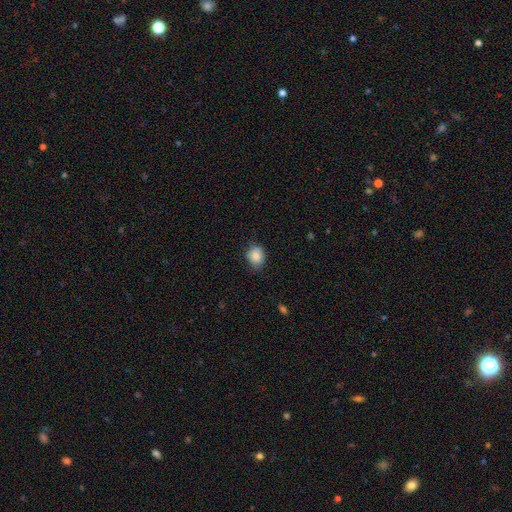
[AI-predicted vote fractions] A smooth galaxy with no disk features (85%) that is round (53%). Merging: none (75%).